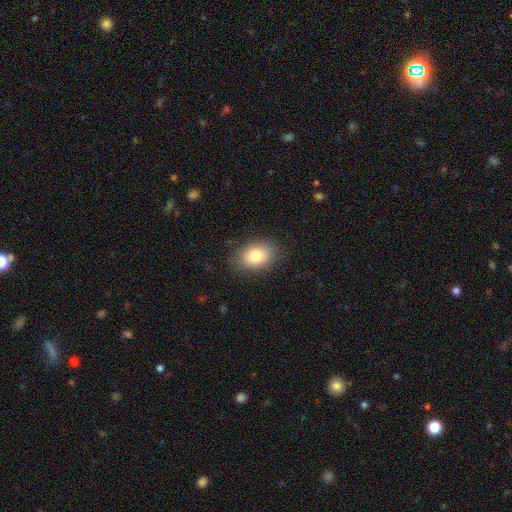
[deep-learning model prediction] A smooth galaxy with no disk features (81%) that is in between round and cigar-shaped (85%). Merging: none (84%).